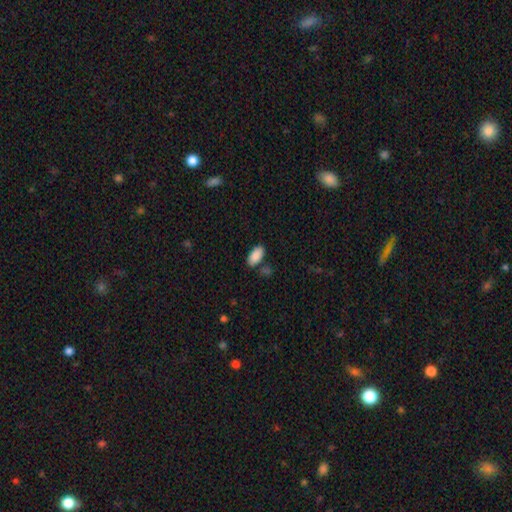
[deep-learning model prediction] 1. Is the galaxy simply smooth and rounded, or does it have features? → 89% smooth, 7% star or artifact, 4% featured or disk.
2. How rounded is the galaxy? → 94% in between, 4% cigar-shaped, 2% round.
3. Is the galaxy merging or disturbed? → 77% none, 13% minor disturbance, 7% merger, 3% major disturbance.